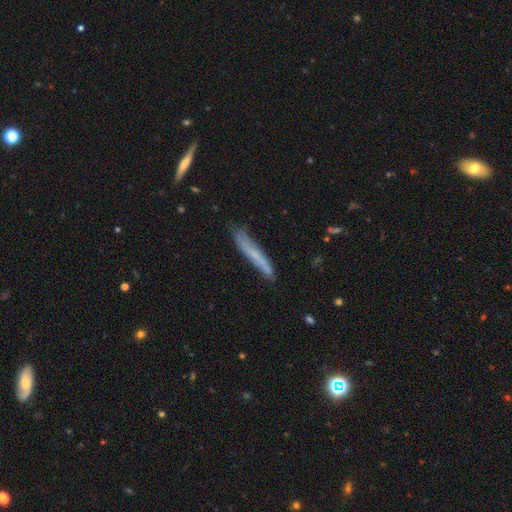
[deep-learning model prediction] Morphology: type=smooth (54%); roundness=cigar-shaped (94%); merging=none (71%).